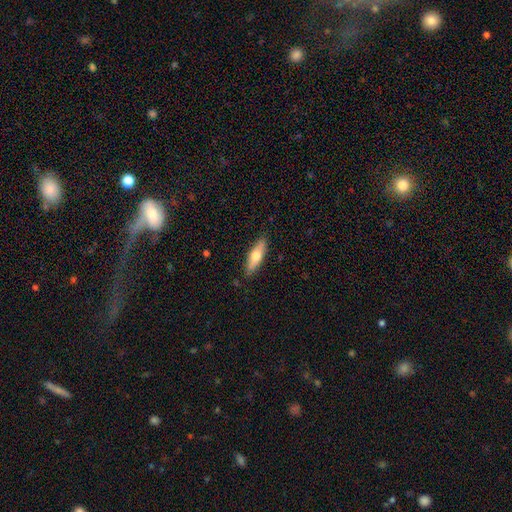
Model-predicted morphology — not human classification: smooth-or-featured: smooth: 59% | featured or disk: 35% | star or artifact: 6%
  how-rounded: cigar-shaped: 56% | in between: 41% | round: 2%
  merging: none: 86% | minor disturbance: 11% | major disturbance: 2% | merger: 1%